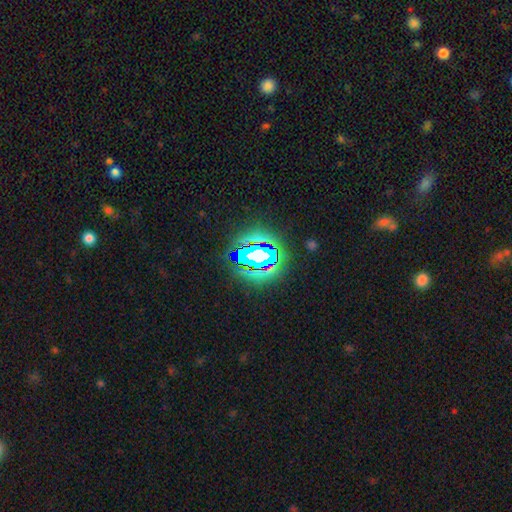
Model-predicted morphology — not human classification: Smooth or featured: star or artifact — 65% (smooth — 20%)